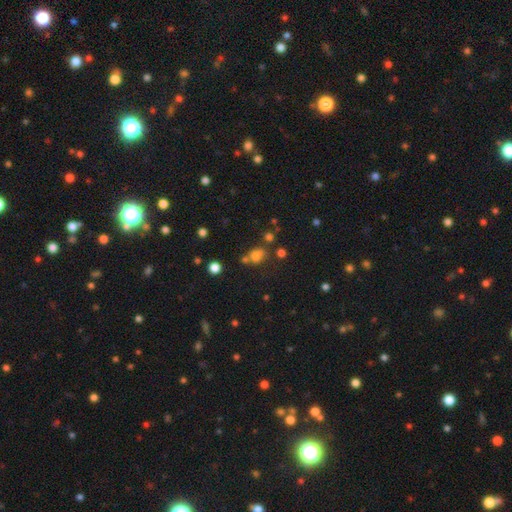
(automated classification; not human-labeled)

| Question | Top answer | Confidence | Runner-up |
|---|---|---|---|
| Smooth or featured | smooth | 65% | star or artifact (23%) |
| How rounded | in between | 54% | round (43%) |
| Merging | none | 43% | merger (28%) |